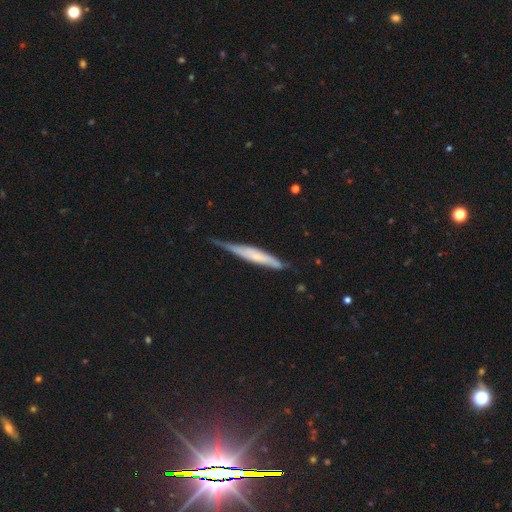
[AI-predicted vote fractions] Smooth or featured?
  - featured or disk: 54% *
  - smooth: 40%
  - star or artifact: 6%
Edge-on disk?
  - yes: 86% *
  - no: 14%
Merging?
  - none: 56% *
  - minor disturbance: 34%
  - major disturbance: 7%
  - merger: 3%